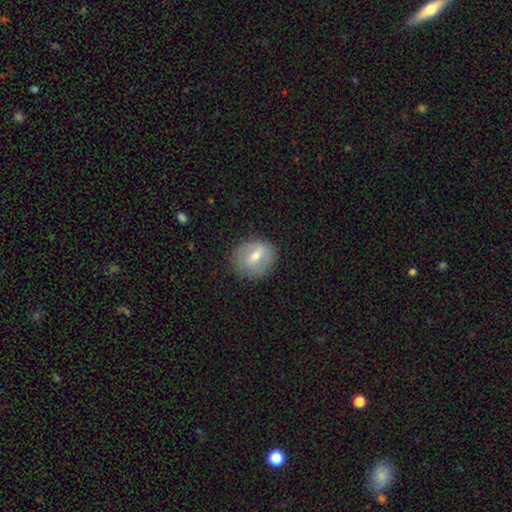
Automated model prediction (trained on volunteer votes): smooth-or-featured: smooth: 47% | featured or disk: 46% | star or artifact: 8%
  merging: none: 82% | minor disturbance: 13% | major disturbance: 4% | merger: 1%